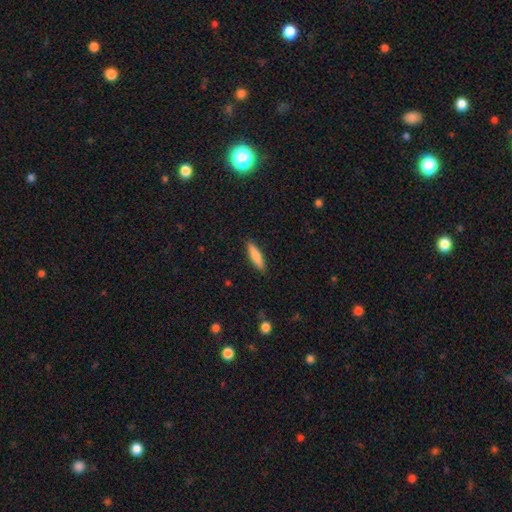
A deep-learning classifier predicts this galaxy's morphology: Smooth or featured?
  - smooth: 81% *
  - featured or disk: 14%
  - star or artifact: 6%
How rounded?
  - cigar-shaped: 78% *
  - in between: 21%
  - round: 1%
Merging?
  - none: 89% *
  - minor disturbance: 8%
  - major disturbance: 2%
  - merger: 1%